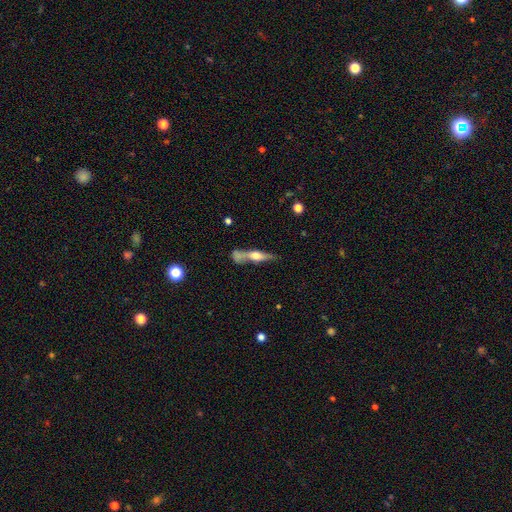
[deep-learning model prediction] smooth_or_featured: featured or disk (p=0.55) [alt: smooth p=0.37]
disk_edge_on: yes (p=0.89) [alt: no p=0.11]
merging: none (p=0.51) [alt: merger p=0.23]